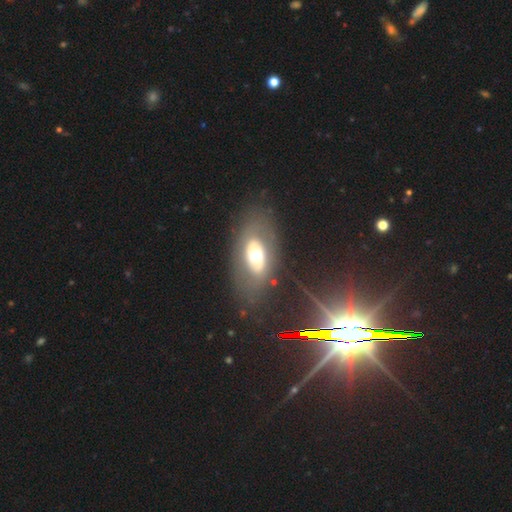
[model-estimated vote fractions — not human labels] This is possibly a featured or disk galaxy (51%). It is clearly not viewed edge-on (89%). Merging: likely none (76%).